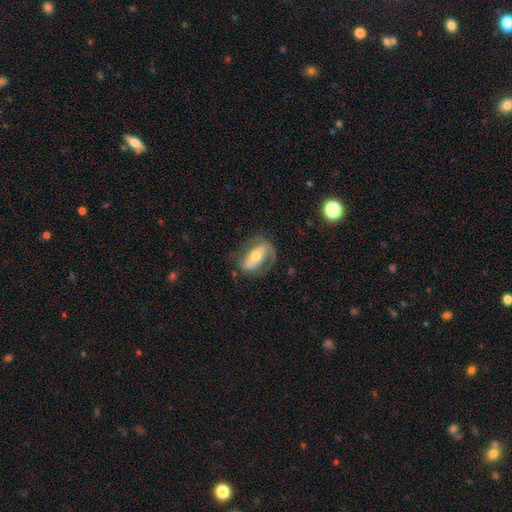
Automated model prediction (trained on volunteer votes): This appears to be a featured or disk galaxy (67%) with a strong bar (44%), spiral arms (75%) and a moderate central bulge (60%). Merging: none (59%).